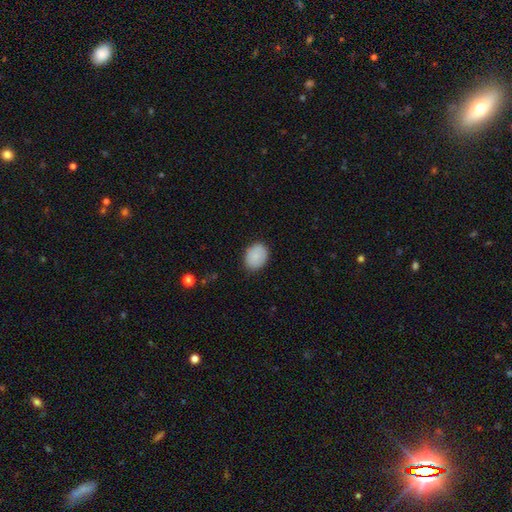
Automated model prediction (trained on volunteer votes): smooth-or-featured: smooth: 87% | star or artifact: 7% | featured or disk: 6%
  how-rounded: in between: 64% | round: 36% | cigar-shaped: 1%
  merging: none: 83% | minor disturbance: 13% | major disturbance: 3% | merger: 1%